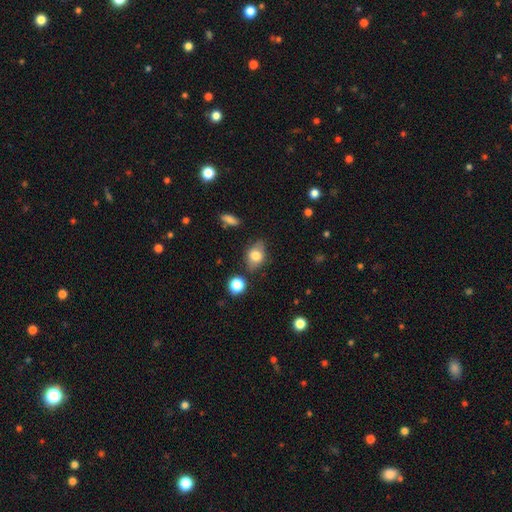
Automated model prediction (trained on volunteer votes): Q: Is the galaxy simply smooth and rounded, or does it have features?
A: smooth — 76%.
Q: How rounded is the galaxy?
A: in between — 70%.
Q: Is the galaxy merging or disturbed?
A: none — 70%.